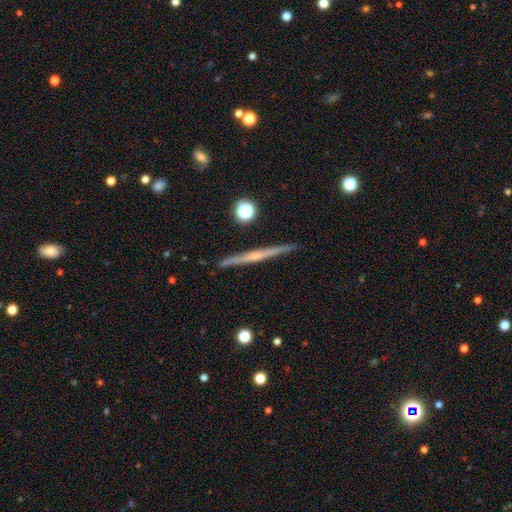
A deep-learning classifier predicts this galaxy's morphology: smooth-or-featured: featured or disk: 69% | smooth: 25% | star or artifact: 6%
  disk-edge-on: yes: 98% | no: 2%
    edge-on-bulge: none: 55% | rounded: 37% | boxy: 8%
  merging: none: 92% | minor disturbance: 6% | merger: 1% | major disturbance: 1%